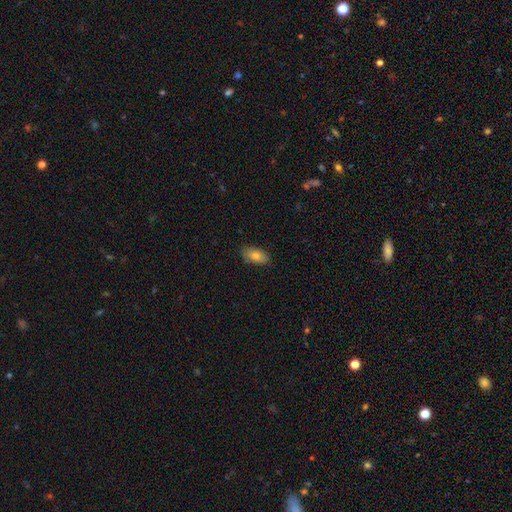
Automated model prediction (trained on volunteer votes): The model was most divided on "smooth or featured": smooth: 80%, featured or disk: 12%, star or artifact: 7%. More confident: how rounded — in between (92%); merging — none (84%).